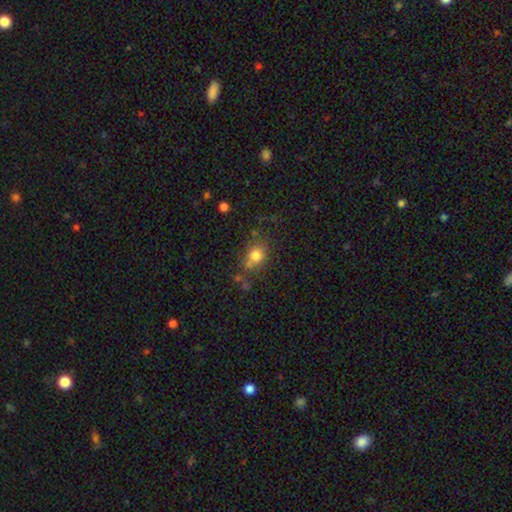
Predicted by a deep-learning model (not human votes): Smooth or featured? Predicted: smooth (p=0.78). How rounded? Predicted: round (p=0.66). Merging? Predicted: none (p=0.62).